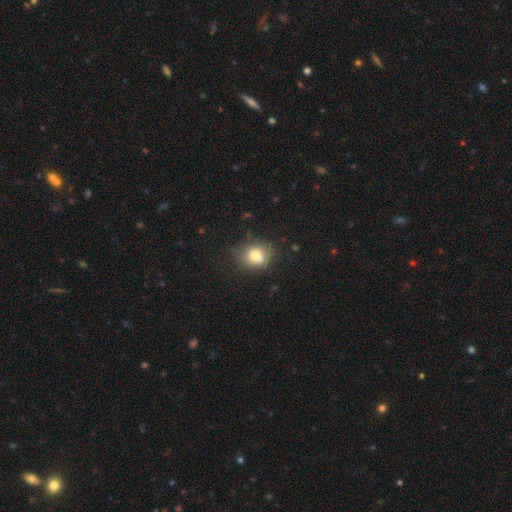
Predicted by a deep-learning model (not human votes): Overall: smooth (73%). How rounded: round (71%). Merging: none (63%).